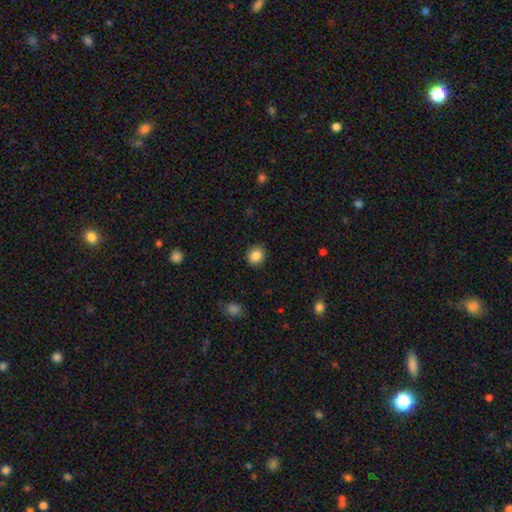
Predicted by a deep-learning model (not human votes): Morphology: type=smooth (86%); roundness=round (77%); merging=none (88%).